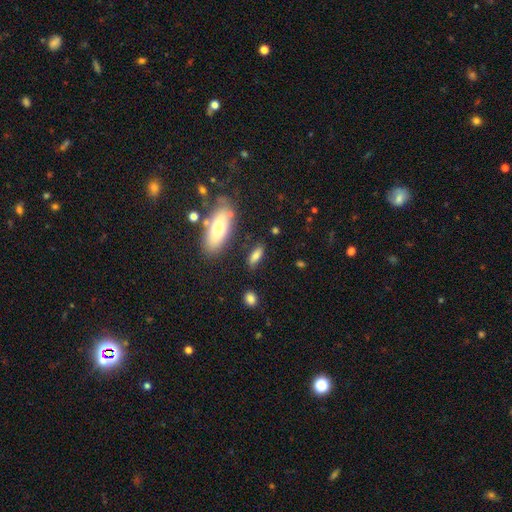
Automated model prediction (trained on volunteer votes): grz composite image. It shows a smooth galaxy with no disk features (77%) that is in between round and cigar-shaped (64%). Merging: none (77%).